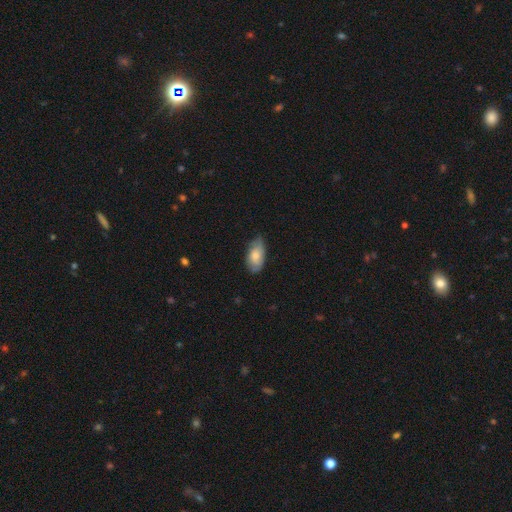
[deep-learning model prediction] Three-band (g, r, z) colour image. It shows a smooth galaxy with no disk features (66%) that is in between round and cigar-shaped (93%). Merging: none (64%).